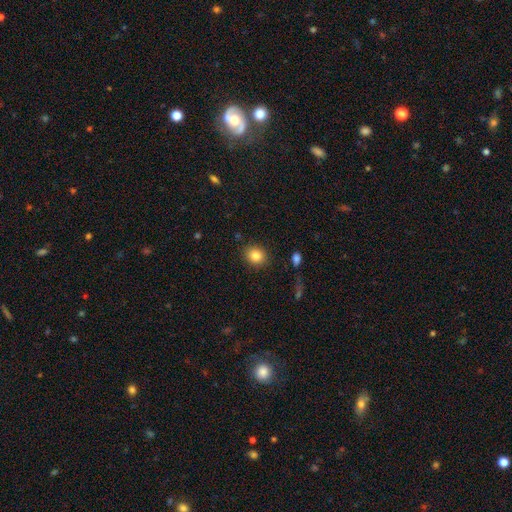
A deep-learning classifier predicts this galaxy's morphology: Smooth or featured?
  - smooth: 83% *
  - star or artifact: 10%
  - featured or disk: 7%
How rounded?
  - round: 71% *
  - in between: 28%
  - cigar-shaped: 1%
Merging?
  - none: 89% *
  - minor disturbance: 7%
  - major disturbance: 2%
  - merger: 1%